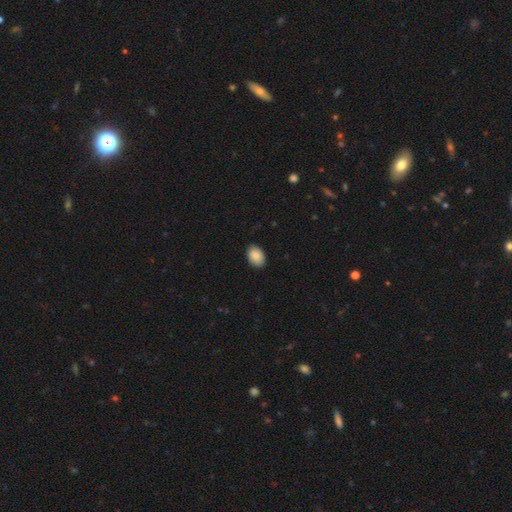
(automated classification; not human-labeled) smooth-or-featured: smooth: 89% | star or artifact: 7% | featured or disk: 4%
  how-rounded: in between: 82% | round: 17% | cigar-shaped: 1%
  merging: none: 86% | minor disturbance: 11% | major disturbance: 2% | merger: 1%